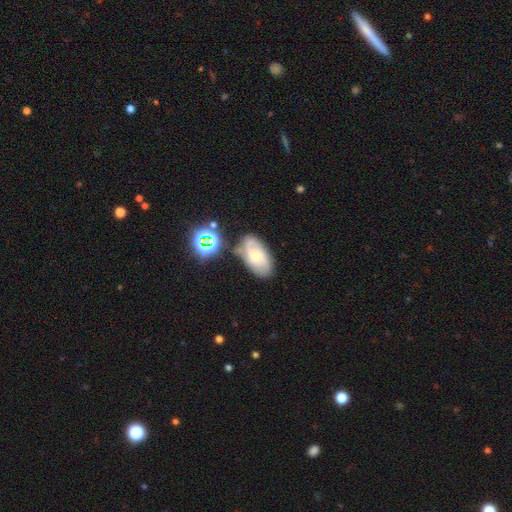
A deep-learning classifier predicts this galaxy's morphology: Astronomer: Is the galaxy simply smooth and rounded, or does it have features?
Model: featured or disk — 43% (runner-up: smooth, 40%).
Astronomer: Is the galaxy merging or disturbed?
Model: none — 66%.